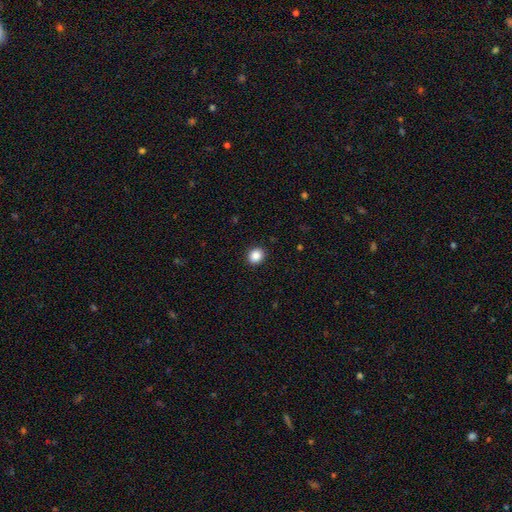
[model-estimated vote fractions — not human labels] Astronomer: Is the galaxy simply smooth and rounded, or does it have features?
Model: smooth — 87%.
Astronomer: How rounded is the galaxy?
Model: round — 72%.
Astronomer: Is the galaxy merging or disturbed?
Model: none — 92%.